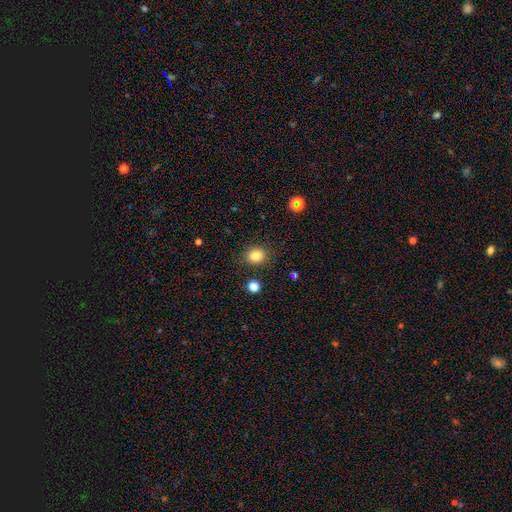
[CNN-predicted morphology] Smooth or featured: smooth — 83% (star or artifact — 12%)
How rounded: round — 75% (in between — 24%)
Merging: none — 85% (minor disturbance — 9%)